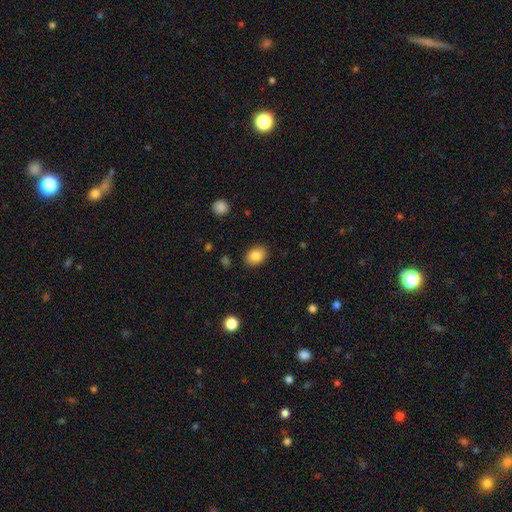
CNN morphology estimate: Smooth or featured: smooth — 85% (star or artifact — 8%)
How rounded: in between — 73% (round — 26%)
Merging: none — 87% (minor disturbance — 9%)